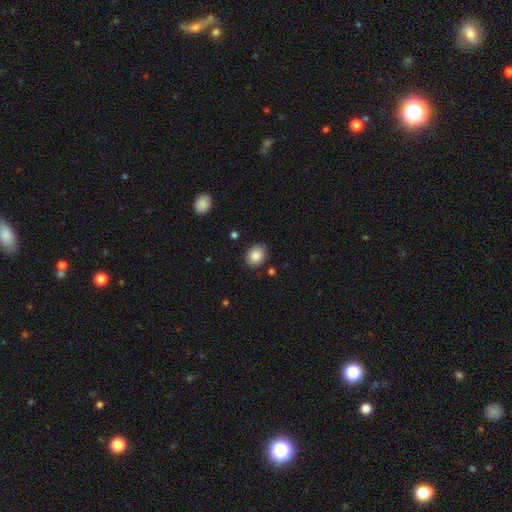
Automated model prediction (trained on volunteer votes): Overall: smooth (86%). How rounded: in between (52%; round 47%). Merging: none (84%).